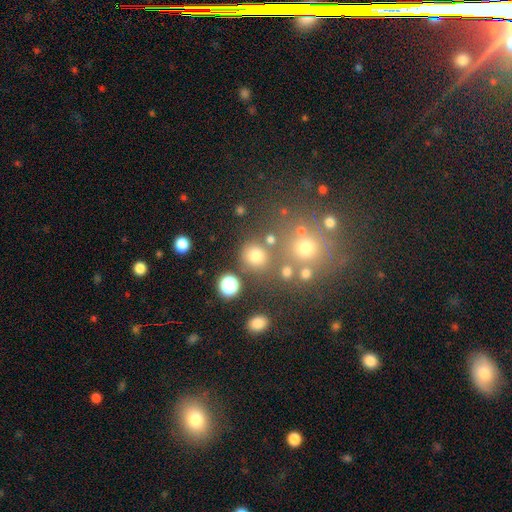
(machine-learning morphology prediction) This appears to be a smooth galaxy with no disk features (74%) that is round (87%). Merging: none (74%).